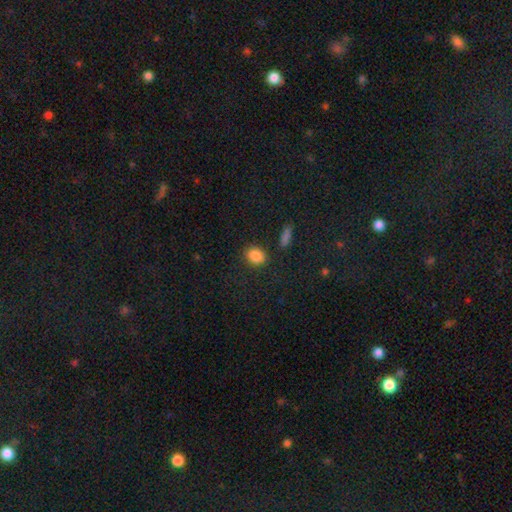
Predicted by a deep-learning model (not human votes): Smooth or featured? Predicted: smooth (p=0.86). How rounded? Predicted: round (p=0.49, tied with in between). Merging? Predicted: none (p=0.85).